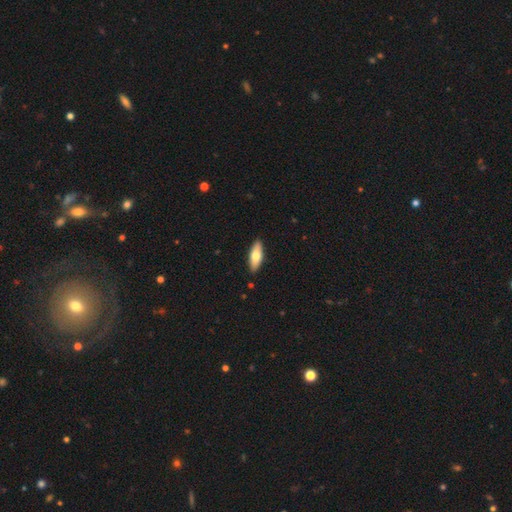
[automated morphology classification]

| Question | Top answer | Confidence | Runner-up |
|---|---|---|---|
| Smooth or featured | smooth | 69% | featured or disk (26%) |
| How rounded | in between | 66% | cigar-shaped (32%) |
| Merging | none | 89% | minor disturbance (8%) |